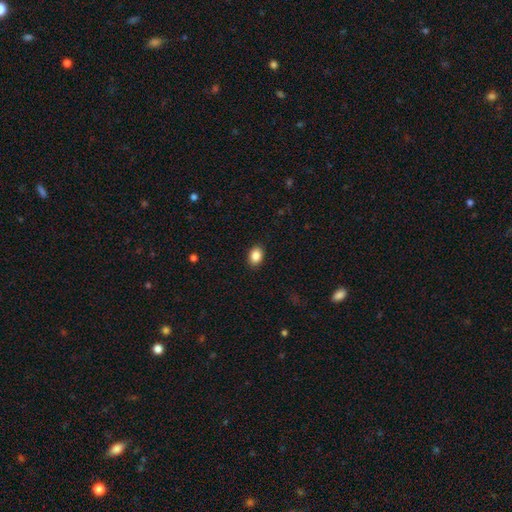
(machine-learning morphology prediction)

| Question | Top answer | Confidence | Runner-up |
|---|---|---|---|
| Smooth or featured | smooth | 87% | star or artifact (8%) |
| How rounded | in between | 72% | round (27%) |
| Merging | none | 90% | minor disturbance (7%) |